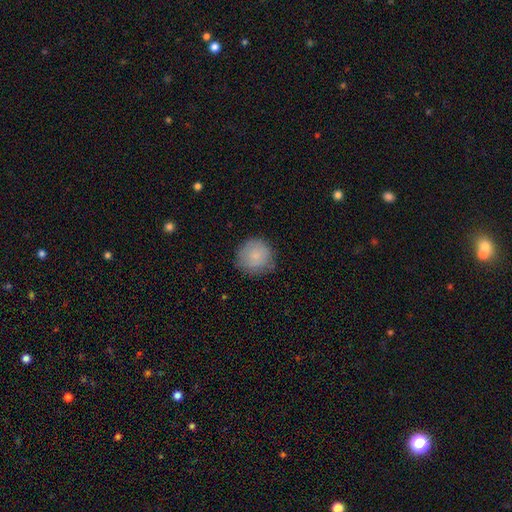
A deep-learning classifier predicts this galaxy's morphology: A smooth galaxy with no disk features (83%) that is round (94%). Merging: none (79%).